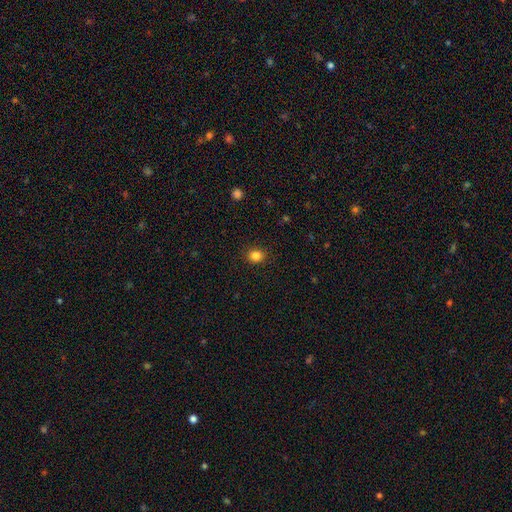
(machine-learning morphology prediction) A smooth galaxy with no disk features (85%) that is round (72%).

Vote fractions:
- Smooth or featured? smooth: 85% / star or artifact: 11% / featured or disk: 4%
- How rounded? round: 72% / in between: 27% / cigar-shaped: 1%
- Merging? none: 90% / minor disturbance: 7% / major disturbance: 2% / merger: 1%